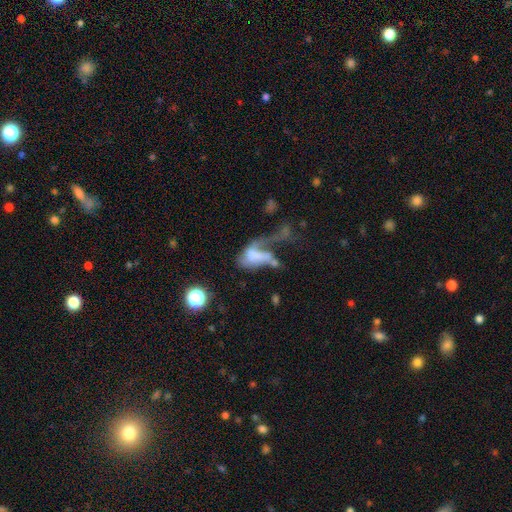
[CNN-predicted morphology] type=smooth (45%); merging=major disturbance (49%).